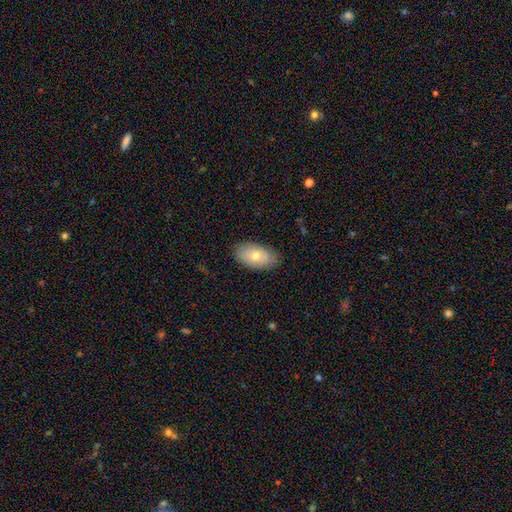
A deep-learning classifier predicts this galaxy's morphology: Smooth or featured?
  - smooth: 71% *
  - featured or disk: 22%
  - star or artifact: 7%
How rounded?
  - in between: 93% *
  - round: 5%
  - cigar-shaped: 2%
Merging?
  - none: 86% *
  - minor disturbance: 11%
  - major disturbance: 2%
  - merger: 1%